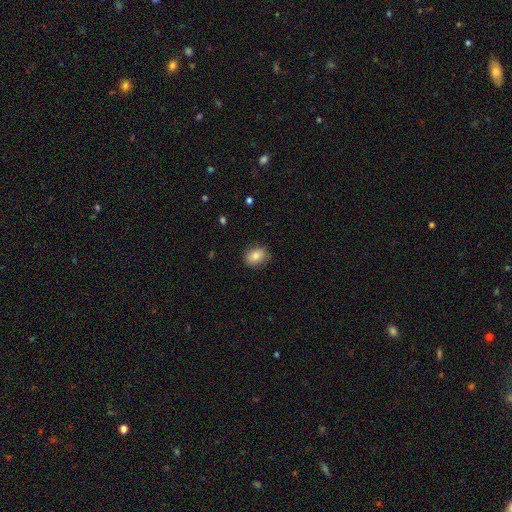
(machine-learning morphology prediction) Smooth or featured: smooth — 82% (featured or disk — 10%)
How rounded: in between — 72% (round — 27%)
Merging: none — 80% (minor disturbance — 15%)